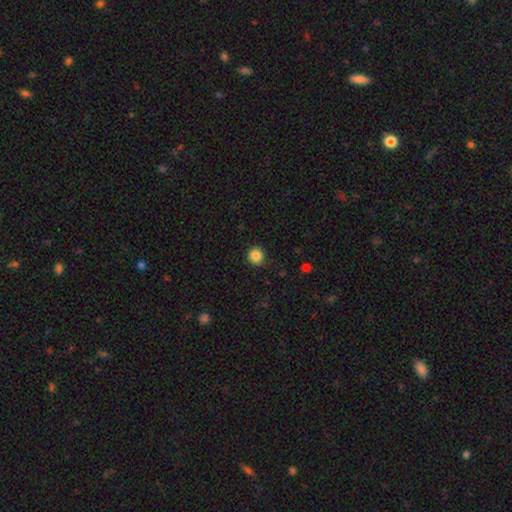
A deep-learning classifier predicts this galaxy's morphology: smooth_or_featured: smooth (p=0.85) [alt: star or artifact p=0.11]
how_rounded: round (p=0.94) [alt: in between p=0.05]
merging: none (p=0.87) [alt: minor disturbance p=0.09]